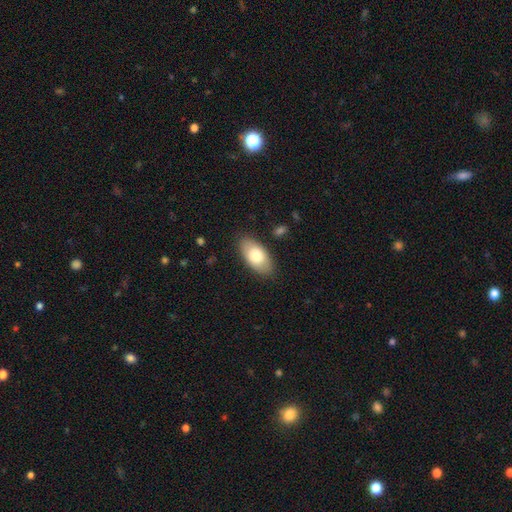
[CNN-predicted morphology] This appears to be a smooth galaxy with no disk features (76%) that is in between round and cigar-shaped (94%). Merging: none (84%).